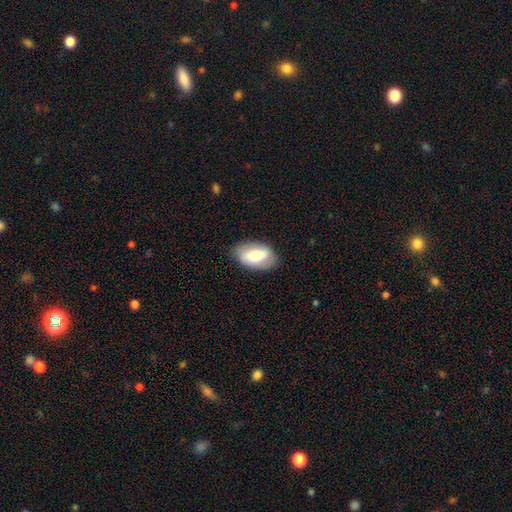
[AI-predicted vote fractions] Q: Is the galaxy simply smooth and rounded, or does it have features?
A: smooth — 59%.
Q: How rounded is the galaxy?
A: in between — 92%.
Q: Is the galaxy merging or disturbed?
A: none — 79%.